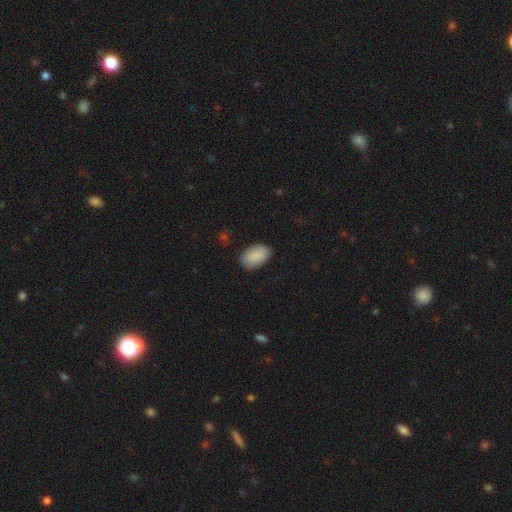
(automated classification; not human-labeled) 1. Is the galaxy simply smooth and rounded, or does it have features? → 90% smooth, 6% star or artifact, 4% featured or disk.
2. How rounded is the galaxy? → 93% in between, 6% round, 1% cigar-shaped.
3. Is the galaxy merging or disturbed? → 84% none, 12% minor disturbance, 3% major disturbance, 1% merger.